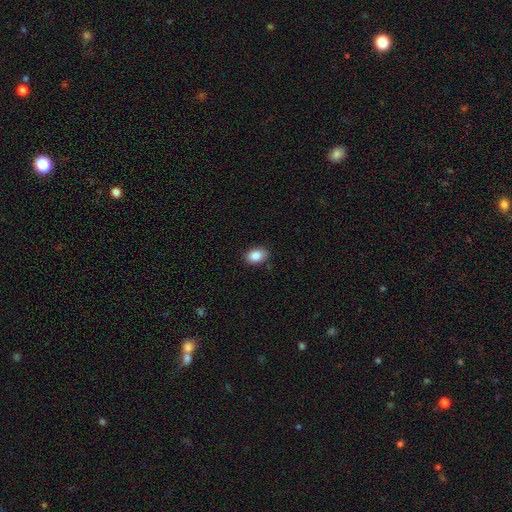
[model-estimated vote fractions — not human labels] Q: Smooth or featured?
A: smooth (88%); runner-up: star or artifact (8%)
Q: How rounded?
A: in between (83%); runner-up: round (16%)
Q: Merging?
A: none (84%); runner-up: minor disturbance (12%)